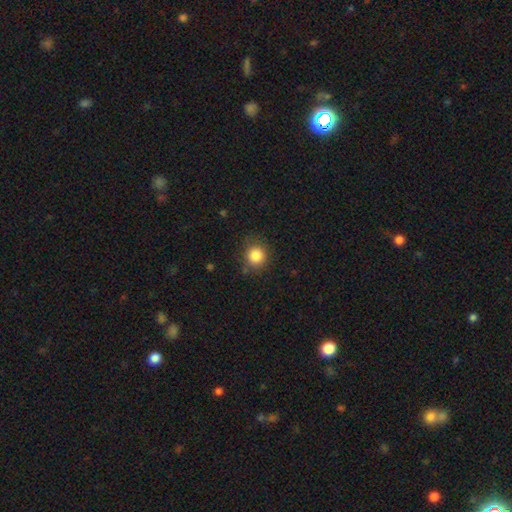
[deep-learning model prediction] A smooth galaxy with no disk features (84%) that is round (89%). Merging: none (80%).